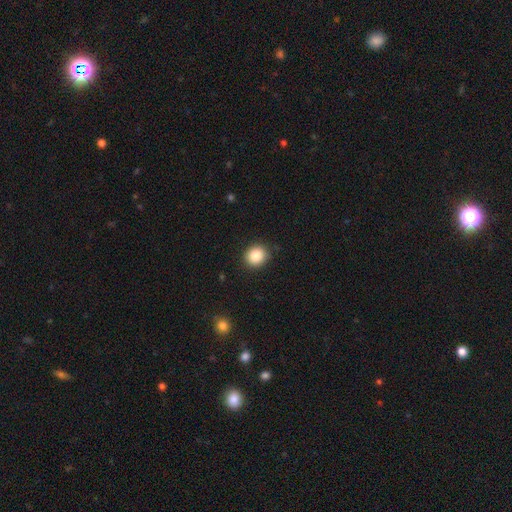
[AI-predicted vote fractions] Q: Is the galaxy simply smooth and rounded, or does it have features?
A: smooth — 85%.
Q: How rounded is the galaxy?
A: round — 85%.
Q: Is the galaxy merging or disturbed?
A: none — 89%.